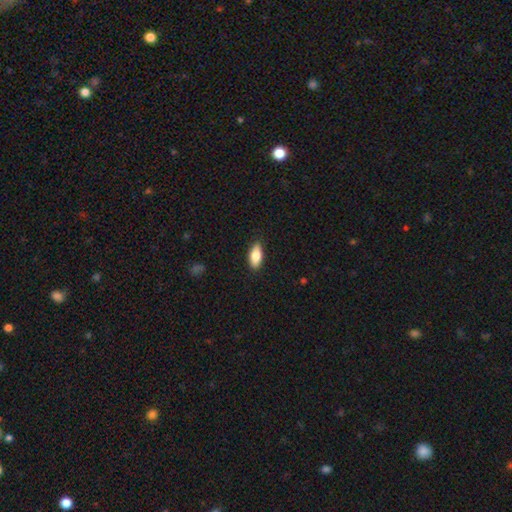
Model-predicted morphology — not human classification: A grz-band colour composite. It shows a smooth galaxy with no disk features (80%) that is in between round and cigar-shaped (85%). Merging: none (86%).